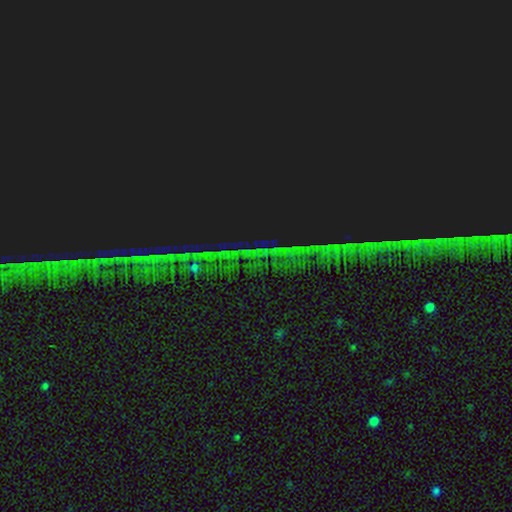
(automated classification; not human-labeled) Smooth or featured: star or artifact — 86% (featured or disk — 8%)